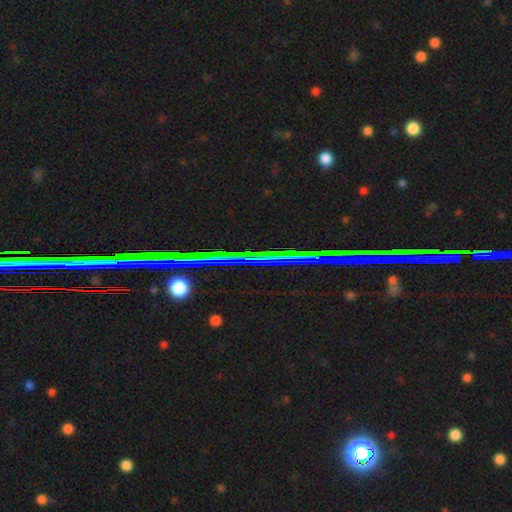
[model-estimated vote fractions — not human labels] Smooth or featured: star or artifact — 85% (featured or disk — 9%)